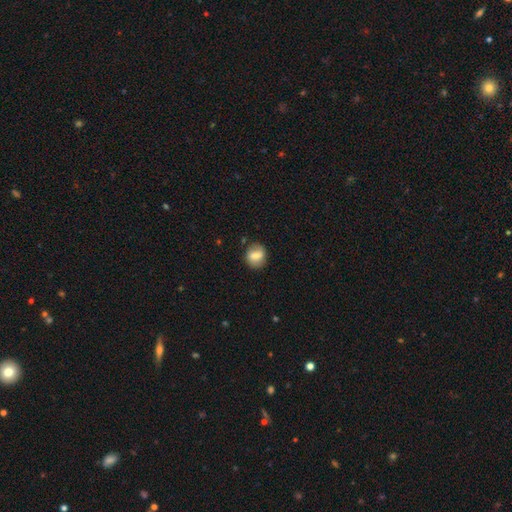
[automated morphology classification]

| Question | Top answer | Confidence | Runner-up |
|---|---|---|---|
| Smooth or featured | smooth | 67% | featured or disk (25%) |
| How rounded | round | 69% | in between (30%) |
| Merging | none | 80% | minor disturbance (14%) |